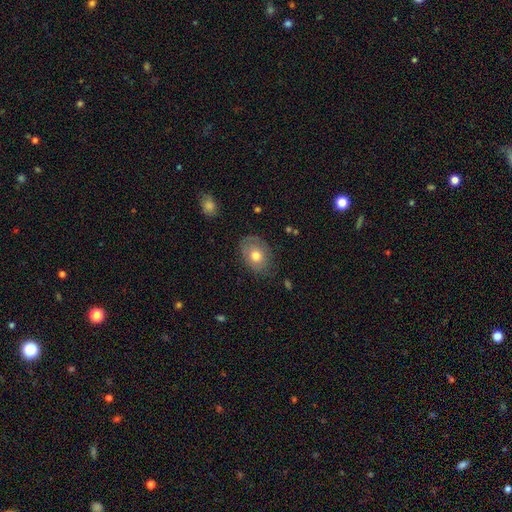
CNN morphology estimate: Q: Smooth or featured?
A: smooth (68%); runner-up: featured or disk (23%)
Q: How rounded?
A: in between (71%); runner-up: round (28%)
Q: Merging?
A: none (75%); runner-up: minor disturbance (19%)